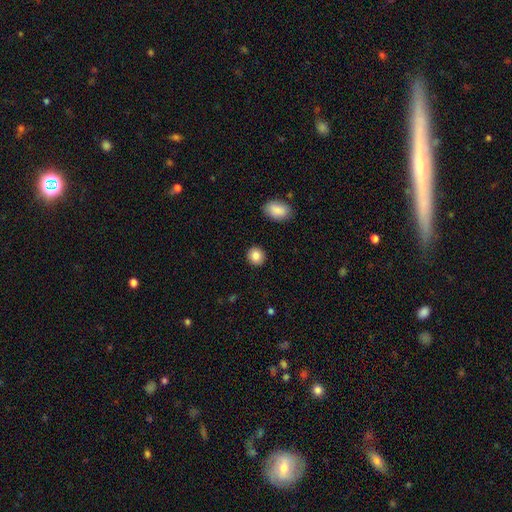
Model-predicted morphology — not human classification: This appears to be a smooth galaxy with no disk features (86%) that is round (84%). Merging: none (91%).